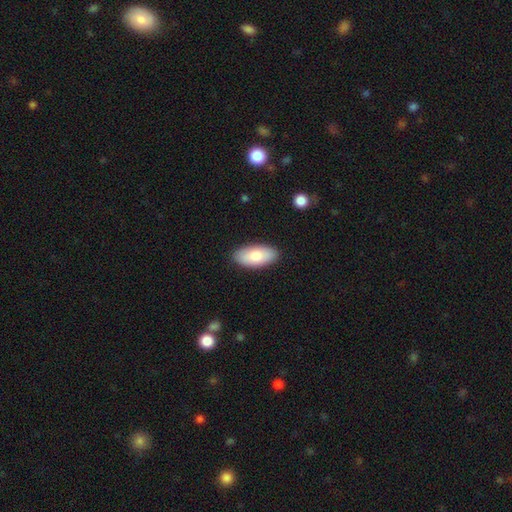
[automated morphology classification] Smooth or featured? Predicted: smooth (p=0.79). How rounded? Predicted: in between (p=0.92). Merging? Predicted: none (p=0.88).